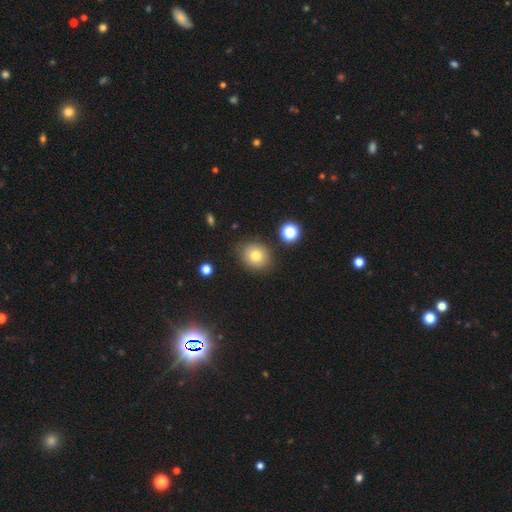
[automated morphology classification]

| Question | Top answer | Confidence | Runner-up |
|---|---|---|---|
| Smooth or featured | smooth | 77% | star or artifact (12%) |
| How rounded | round | 77% | in between (22%) |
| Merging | none | 84% | minor disturbance (11%) |